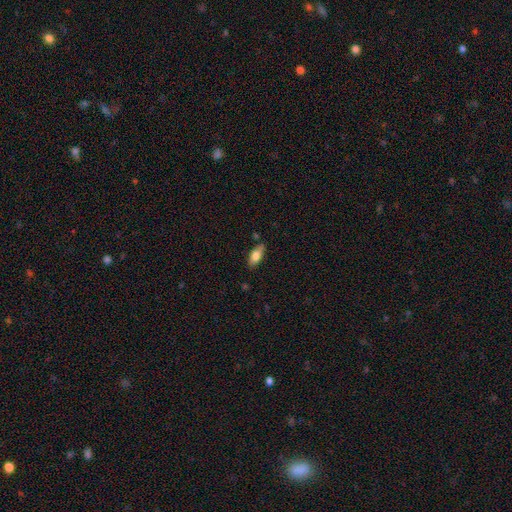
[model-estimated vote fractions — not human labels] Morphology: type=smooth (75%); roundness=in between (81%); merging=none (78%).